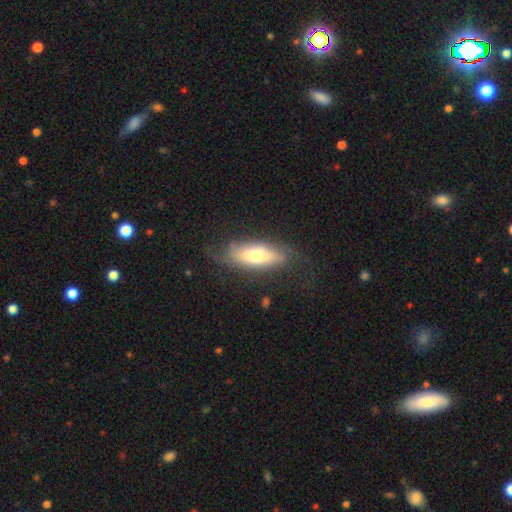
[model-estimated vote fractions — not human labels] Smooth or featured: featured or disk — 47% (smooth — 46%)
Merging: none — 64% (minor disturbance — 22%)